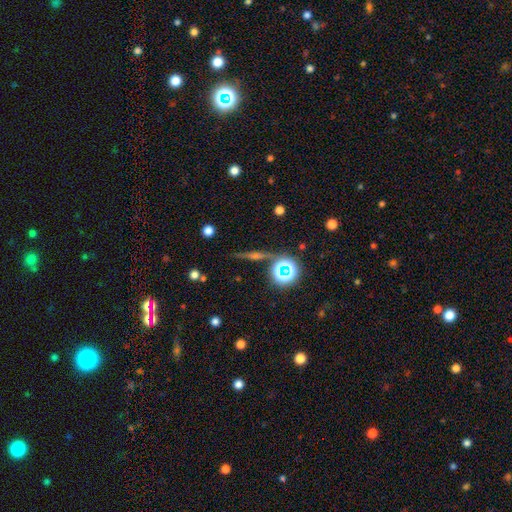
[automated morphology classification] The model was most divided on "smooth or featured": featured or disk: 50%, star or artifact: 26%, smooth: 24%. More confident: edge-on disk — yes (93%); merging — none (86%).